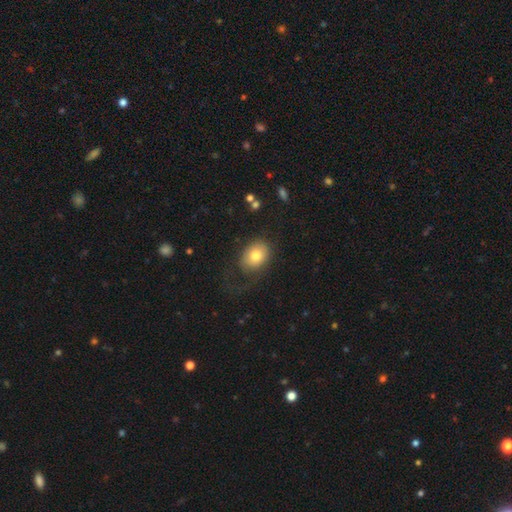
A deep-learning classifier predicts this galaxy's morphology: A smooth galaxy with no disk features (76%) that is in between round and cigar-shaped (65%). Merging: none (58%).